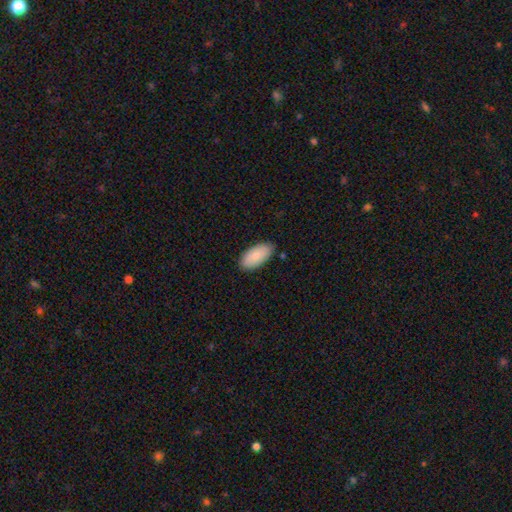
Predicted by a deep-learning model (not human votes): Q: Smooth or featured?
A: smooth (87%); runner-up: featured or disk (7%)
Q: How rounded?
A: in between (93%); runner-up: cigar-shaped (5%)
Q: Merging?
A: none (84%); runner-up: minor disturbance (12%)